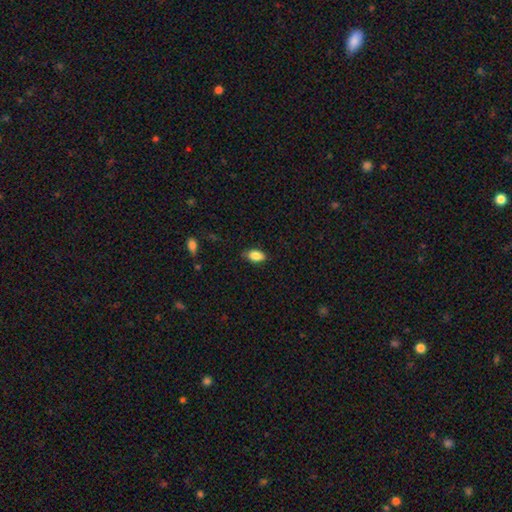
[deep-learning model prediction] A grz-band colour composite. It shows a smooth galaxy with no disk features (86%) that is in between round and cigar-shaped (91%). Merging: none (82%).